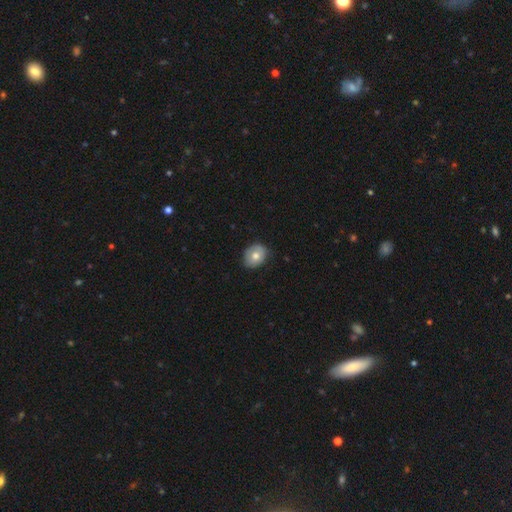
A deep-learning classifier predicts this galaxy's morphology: Smooth or featured? Predicted: smooth (p=0.69). How rounded? Predicted: round (p=0.52). Merging? Predicted: none (p=0.78).